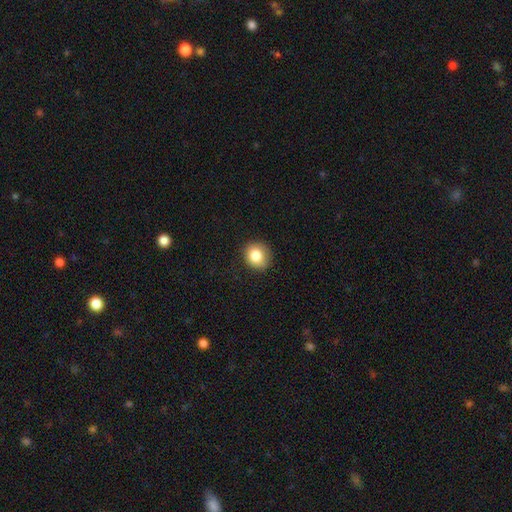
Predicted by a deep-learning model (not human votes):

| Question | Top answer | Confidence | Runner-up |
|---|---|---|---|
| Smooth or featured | smooth | 83% | star or artifact (10%) |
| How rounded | round | 80% | in between (19%) |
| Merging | none | 85% | minor disturbance (11%) |